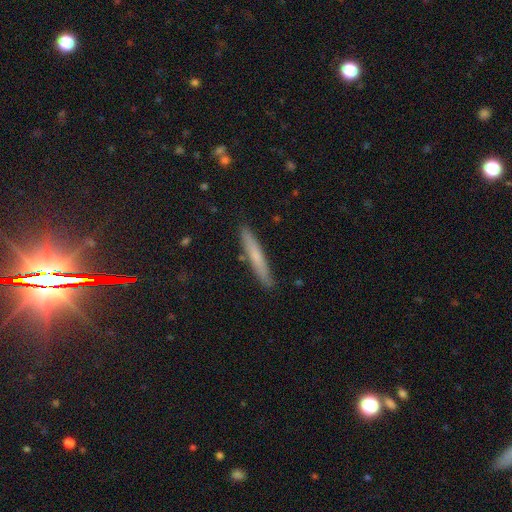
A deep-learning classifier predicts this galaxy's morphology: Smooth or featured: smooth — 64% (featured or disk — 28%)
How rounded: cigar-shaped — 95% (in between — 3%)
Merging: none — 89% (minor disturbance — 8%)